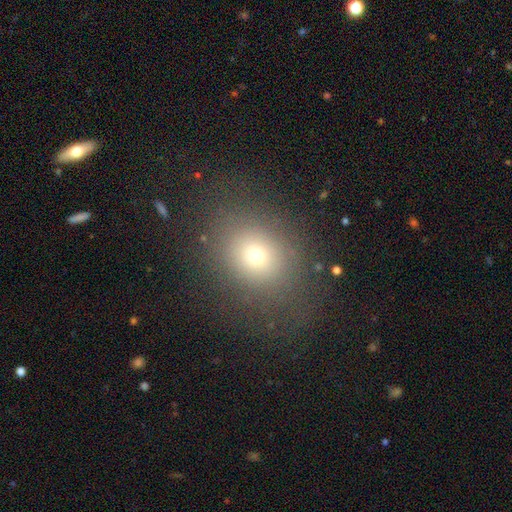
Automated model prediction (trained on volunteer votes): This is likely a smooth galaxy (67%). How rounded: possibly round (56%). Merging: likely none (80%).